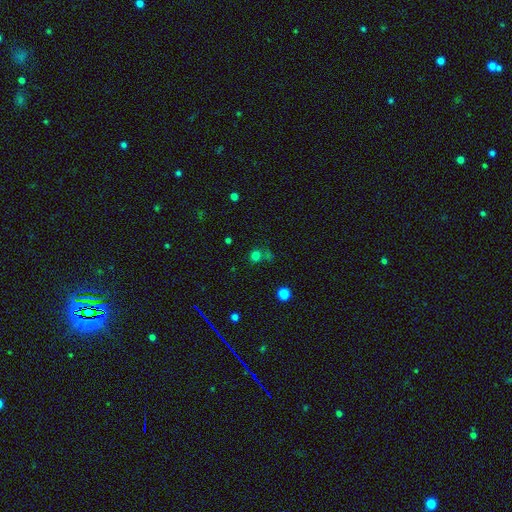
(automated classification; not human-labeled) smooth_or_featured: smooth (p=0.67) [alt: star or artifact p=0.26]
how_rounded: round (p=0.85) [alt: in between p=0.14]
merging: none (p=0.64) [alt: merger p=0.17]